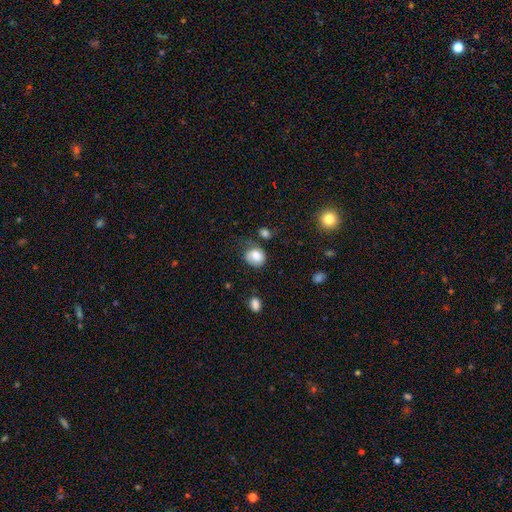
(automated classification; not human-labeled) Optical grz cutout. It shows a smooth galaxy with no disk features (68%) that is round (65%). Merging: none (56%).